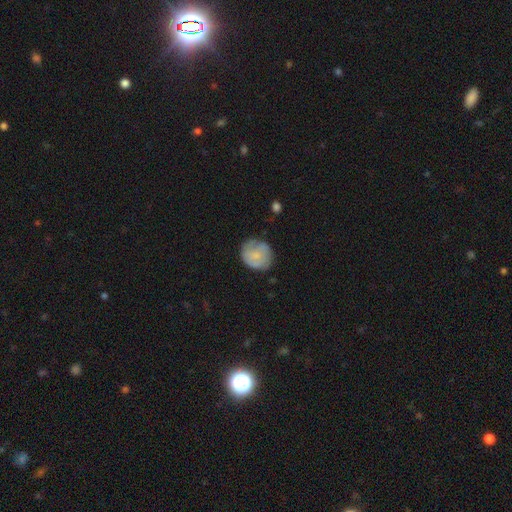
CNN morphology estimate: This appears to be a smooth galaxy with no disk features (70%) that is round (82%). Merging: none (67%).